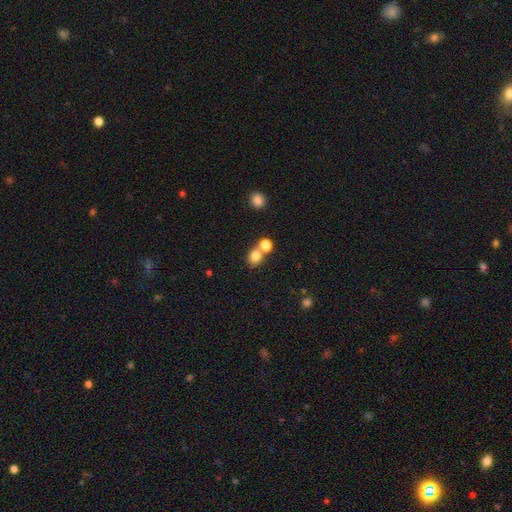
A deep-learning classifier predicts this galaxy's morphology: Smooth or featured?
  - smooth: 79% *
  - star or artifact: 13%
  - featured or disk: 8%
How rounded?
  - round: 67% *
  - in between: 32%
  - cigar-shaped: 1%
Merging?
  - none: 51% *
  - merger: 38%
  - minor disturbance: 8%
  - major disturbance: 3%